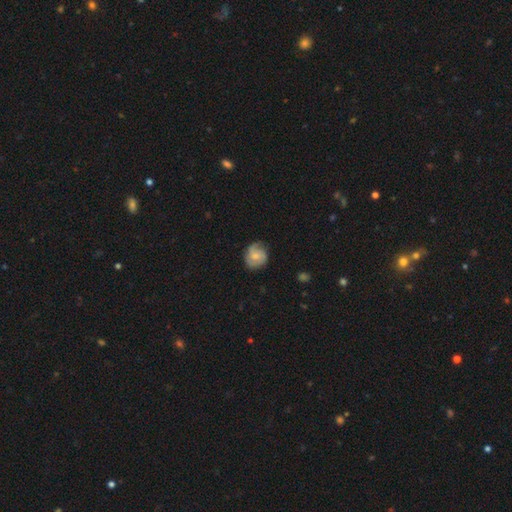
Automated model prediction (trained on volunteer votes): A smooth galaxy with no disk features (48%). Merging: none (66%).